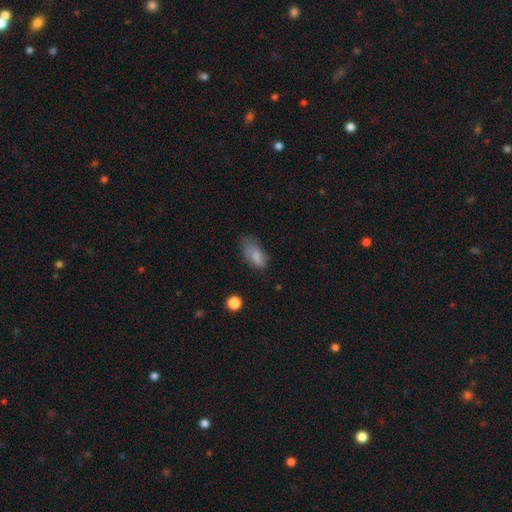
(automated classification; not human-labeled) A smooth galaxy with no disk features (78%) that is in between round and cigar-shaped (90%). Merging: none (46%).